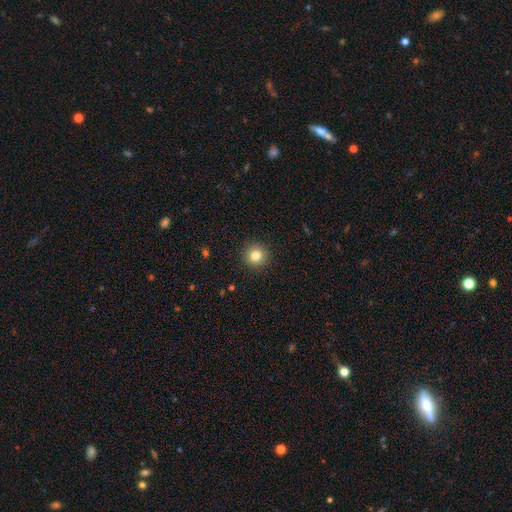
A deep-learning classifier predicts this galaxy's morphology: Smooth or featured?
  - smooth: 81% *
  - star or artifact: 12%
  - featured or disk: 7%
How rounded?
  - round: 95% *
  - in between: 4%
  - cigar-shaped: 1%
Merging?
  - none: 92% *
  - minor disturbance: 5%
  - major disturbance: 2%
  - merger: 1%